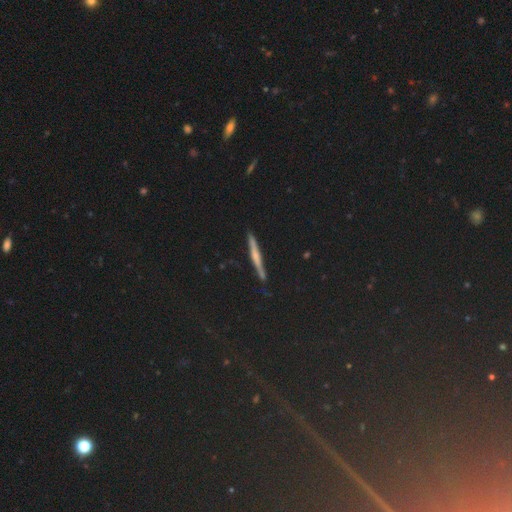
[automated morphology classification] type=featured or disk (44%); merging=none (88%).